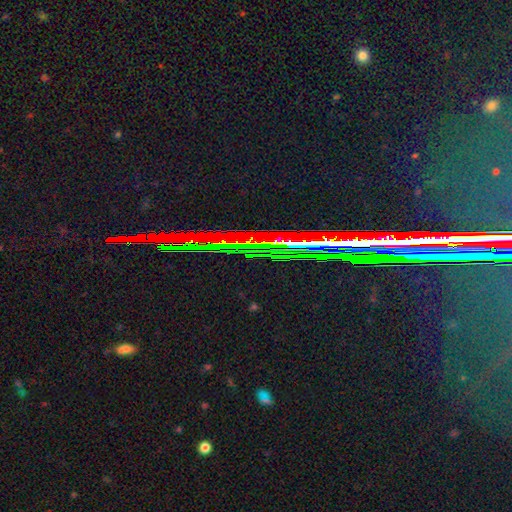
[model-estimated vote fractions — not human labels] Smooth or featured? star or artifact (79%)